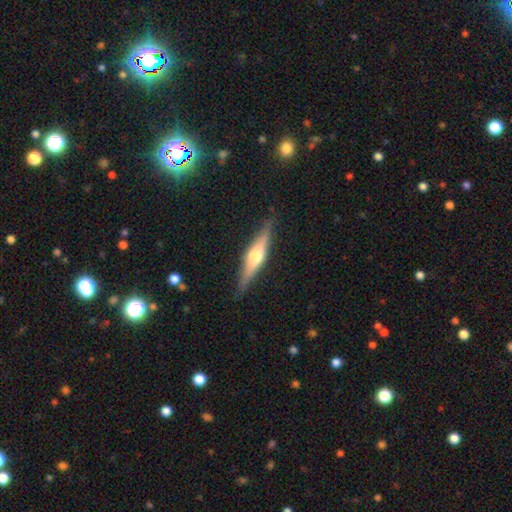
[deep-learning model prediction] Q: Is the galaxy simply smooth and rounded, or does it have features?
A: featured or disk — 67%.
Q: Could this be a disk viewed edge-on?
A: yes — 96%.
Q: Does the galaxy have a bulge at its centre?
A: rounded — 92%.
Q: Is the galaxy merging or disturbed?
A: none — 87%.